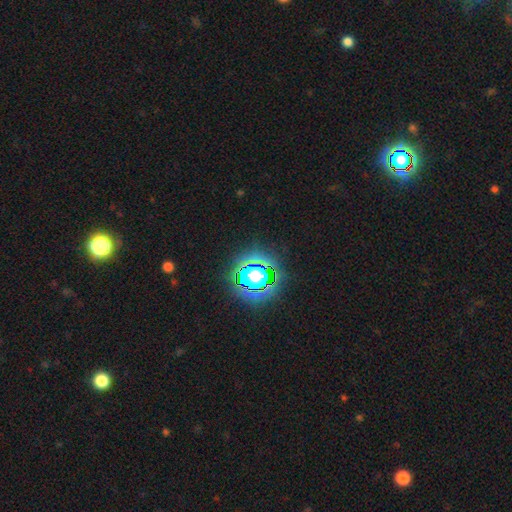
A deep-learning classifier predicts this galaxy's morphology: smooth-or-featured: star or artifact: 76% | smooth: 15% | featured or disk: 9%